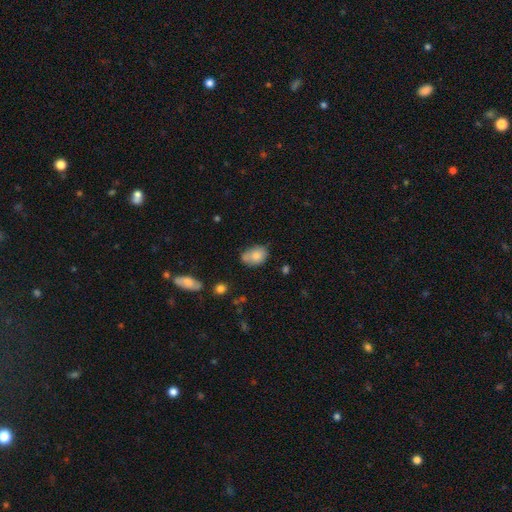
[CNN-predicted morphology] Smooth or featured? Predicted: smooth (p=0.77). How rounded? Predicted: in between (p=0.73). Merging? Predicted: none (p=0.52).